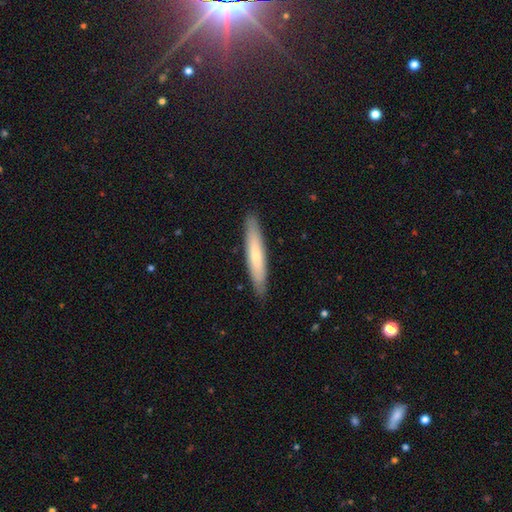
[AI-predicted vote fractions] A smooth galaxy with no disk features (65%) that is cigar-shaped (91%).

Vote fractions:
- Smooth or featured? smooth: 65% / featured or disk: 30% / star or artifact: 6%
- How rounded? cigar-shaped: 91% / in between: 8% / round: 1%
- Merging? none: 89% / minor disturbance: 8% / major disturbance: 1% / merger: 1%